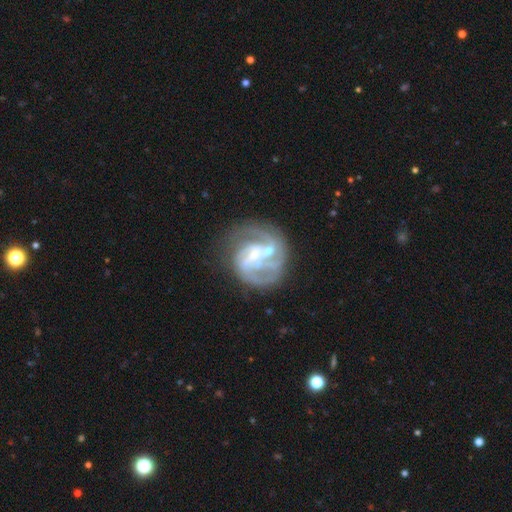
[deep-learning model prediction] This is clearly a featured or disk galaxy (82%). It is clearly not viewed edge-on (98%). Bar: possibly weak (45%). Spiral arm pattern: clearly yes (90%). Spiral arm count: marginally 3 (32%). Spiral winding: marginally medium (43%). Central bulge: possibly small (51%). Merging: possibly none (49%).